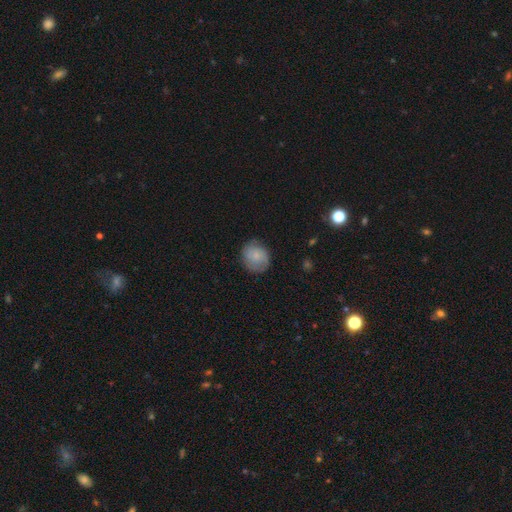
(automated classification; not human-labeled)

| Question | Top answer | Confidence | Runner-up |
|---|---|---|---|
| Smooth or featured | smooth | 71% | featured or disk (22%) |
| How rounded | round | 75% | in between (24%) |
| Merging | none | 74% | minor disturbance (20%) |